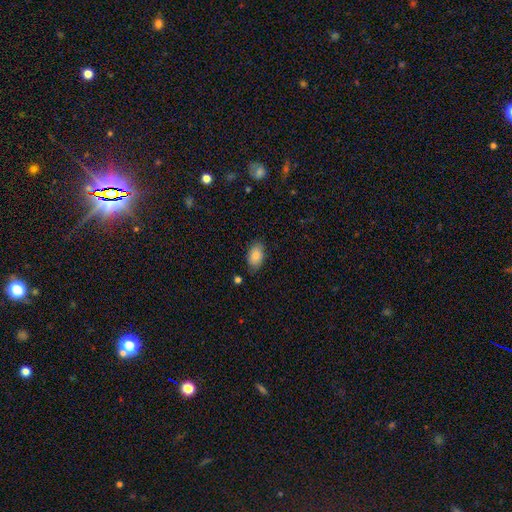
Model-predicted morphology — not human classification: Overall: smooth (86%). How rounded: in between (92%). Merging: none (82%).